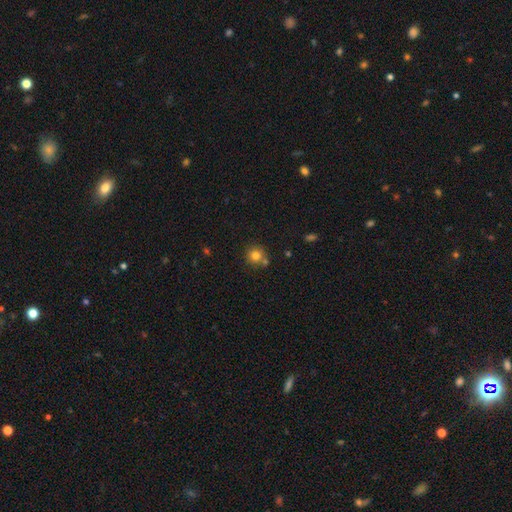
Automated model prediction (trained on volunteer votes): The model was most divided on "merging": none: 70%, merger: 18%, minor disturbance: 10%, major disturbance: 3%. More confident: how rounded — round (92%); smooth or featured — smooth (79%).